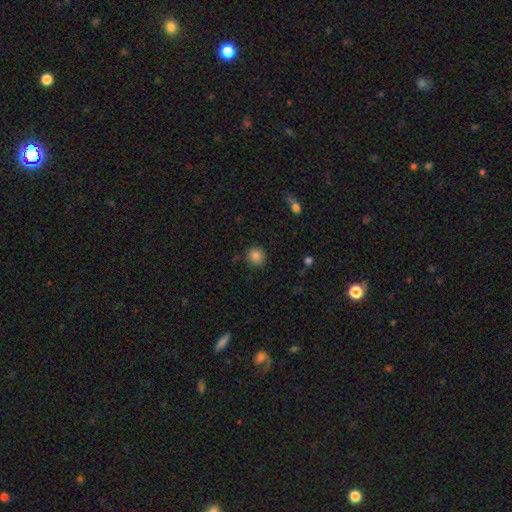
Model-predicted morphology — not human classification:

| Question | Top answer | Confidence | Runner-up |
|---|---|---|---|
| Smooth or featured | smooth | 84% | star or artifact (10%) |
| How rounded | round | 91% | in between (8%) |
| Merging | none | 88% | minor disturbance (8%) |